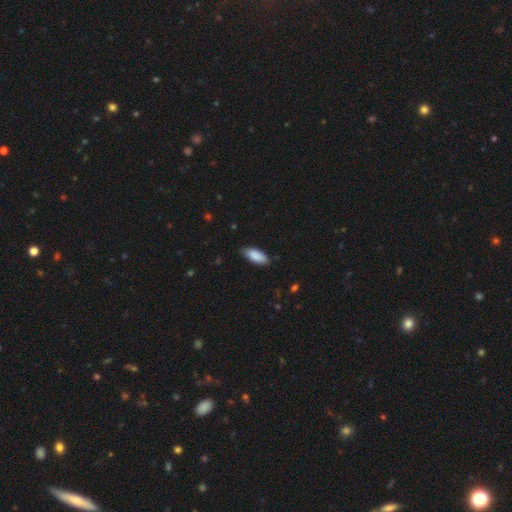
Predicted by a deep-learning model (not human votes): Smooth or featured: smooth — 89% (star or artifact — 6%)
How rounded: in between — 83% (cigar-shaped — 16%)
Merging: none — 82% (minor disturbance — 15%)